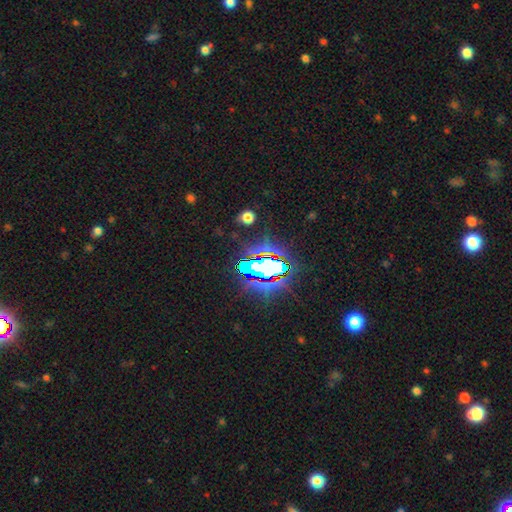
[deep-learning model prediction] Smooth or featured: star or artifact — 80% (smooth — 11%)